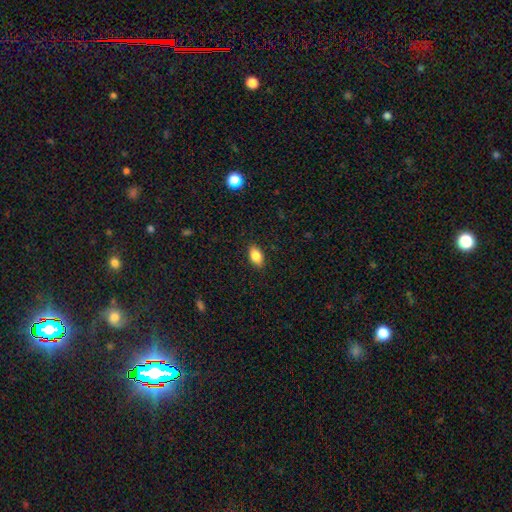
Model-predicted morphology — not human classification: smooth_or_featured: smooth (p=0.85) [alt: star or artifact p=0.08]
how_rounded: in between (p=0.91) [alt: round p=0.07]
merging: none (p=0.88) [alt: minor disturbance p=0.09]